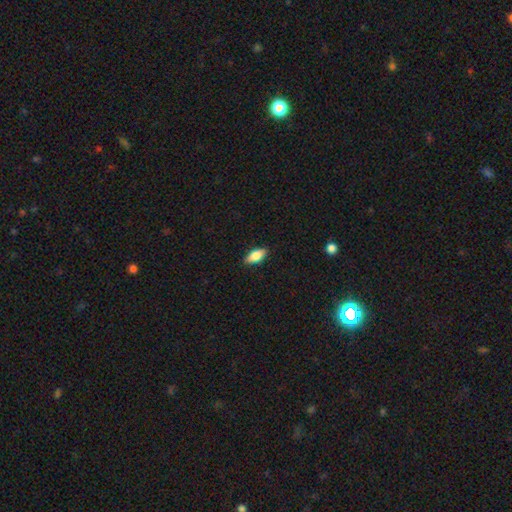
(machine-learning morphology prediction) This appears to be a smooth galaxy with no disk features (79%) that is in between round and cigar-shaped (85%). Merging: none (87%).